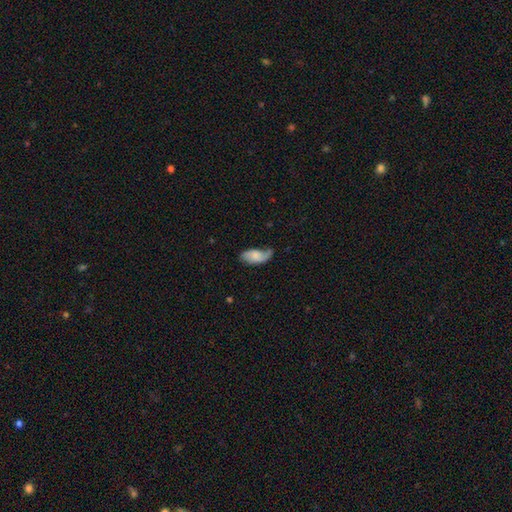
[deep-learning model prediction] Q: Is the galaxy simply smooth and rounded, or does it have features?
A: smooth — 55%.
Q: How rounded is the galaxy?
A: in between — 91%.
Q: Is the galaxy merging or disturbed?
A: none — 47%.